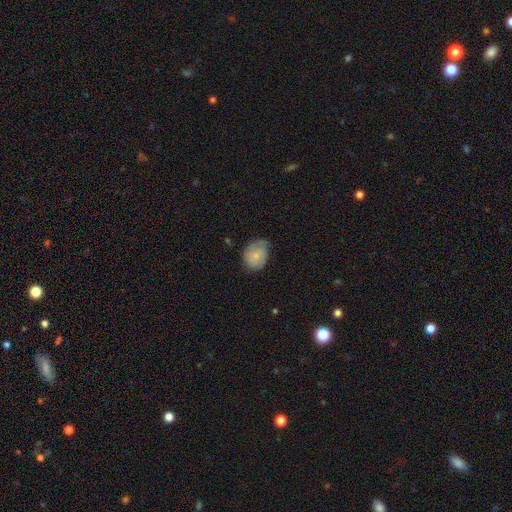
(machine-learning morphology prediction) This appears to be a smooth galaxy with no disk features (72%) that is in between round and cigar-shaped (54%). Merging: none (45%).